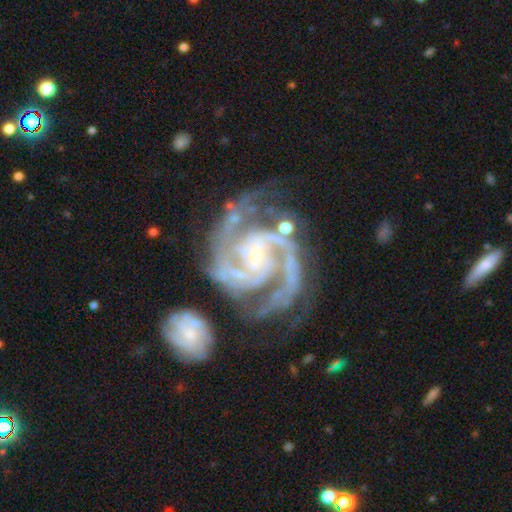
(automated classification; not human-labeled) The model was most divided on "bar": no: 41%, weak: 38%, strong: 21%. More confident: spiral arms — yes (99%); edge-on disk — no (98%); smooth or featured — featured or disk (94%); bulge size — small (78%); spiral arm count — 2 (61%); merging — none (55%); spiral winding — medium (50%).